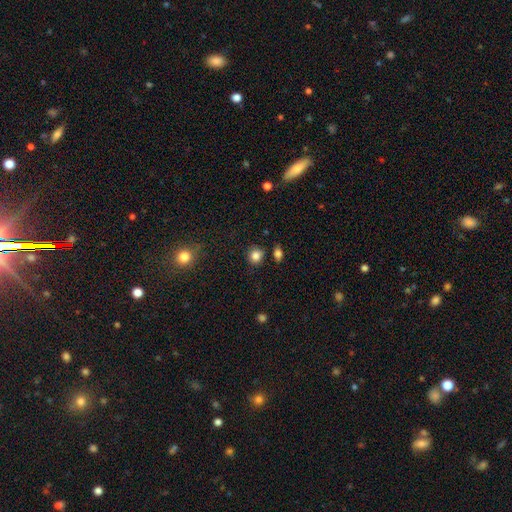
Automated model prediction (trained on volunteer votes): Smooth or featured?
  - smooth: 84% *
  - star or artifact: 11%
  - featured or disk: 4%
How rounded?
  - round: 84% *
  - in between: 15%
  - cigar-shaped: 1%
Merging?
  - none: 83% *
  - minor disturbance: 9%
  - merger: 5%
  - major disturbance: 3%